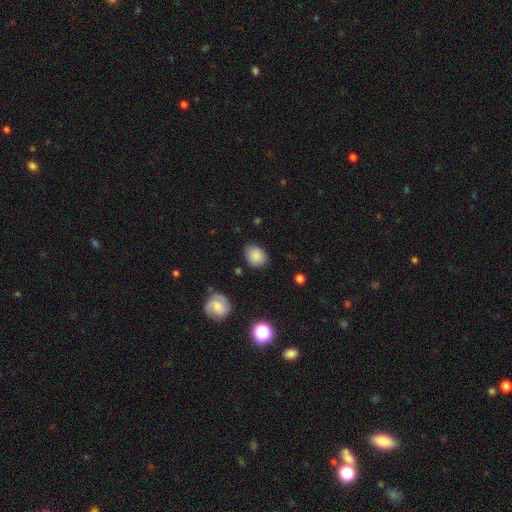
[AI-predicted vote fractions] This appears to be a smooth galaxy with no disk features (84%) that is in between round and cigar-shaped (50%). Merging: none (75%).